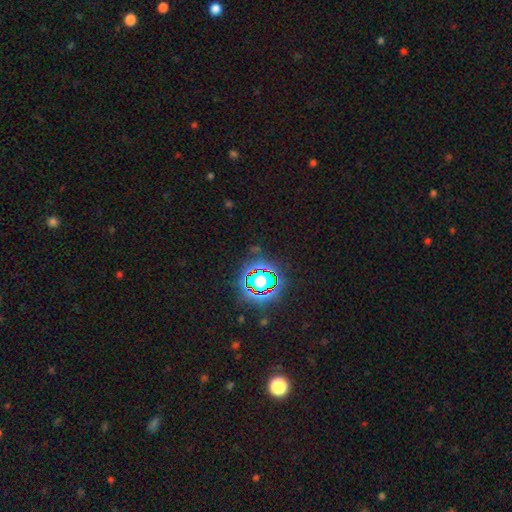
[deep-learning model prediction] A star or artifact, not a galaxy (79%).

Vote fractions:
- Smooth or featured? star or artifact: 79% / smooth: 13% / featured or disk: 9%